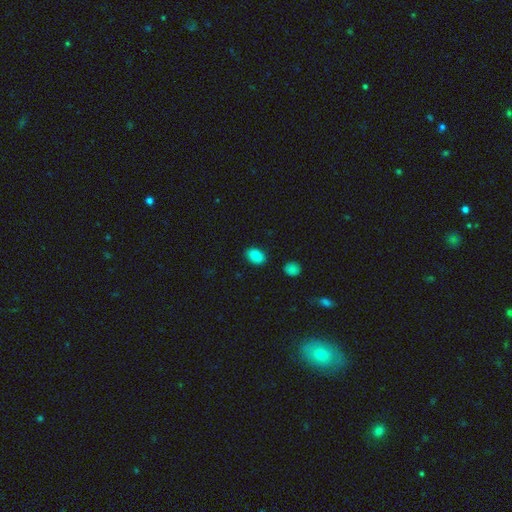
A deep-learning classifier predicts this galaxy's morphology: smooth 87%, star or artifact 9%, featured or disk 4%. Down the decision tree: how rounded — in between (83%); merging — none (86%).